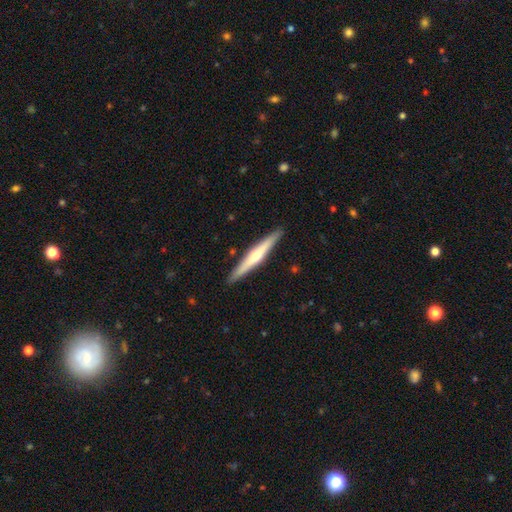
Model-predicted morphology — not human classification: This is possibly a featured or disk galaxy (59%). It is clearly viewed edge-on (97%). Edge-on bulge: likely rounded (79%). Merging: clearly none (91%).